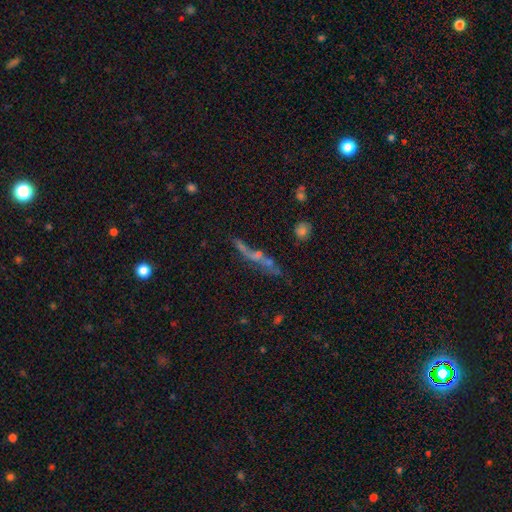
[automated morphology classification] This is marginally a featured or disk galaxy (44%). Merging: possibly none (46%).